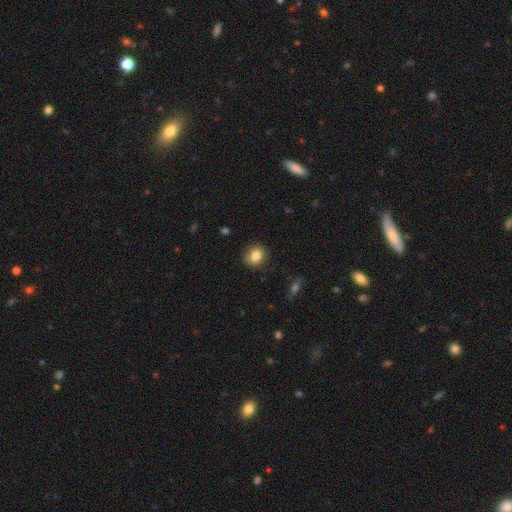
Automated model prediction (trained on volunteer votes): smooth 83%, star or artifact 10%, featured or disk 8%. Down the decision tree: how rounded — round (78%); merging — none (86%).